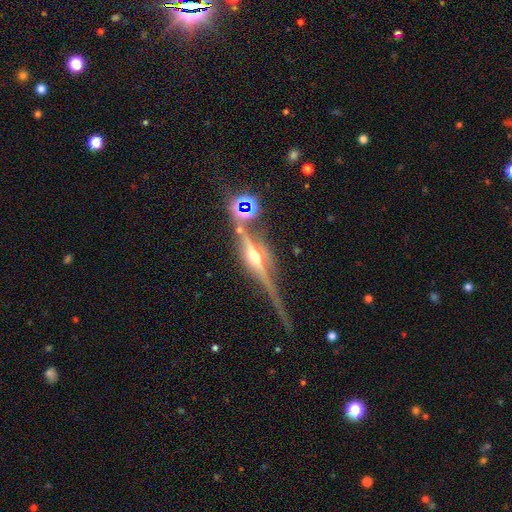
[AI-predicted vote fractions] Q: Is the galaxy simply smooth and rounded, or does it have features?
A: featured or disk — 81%.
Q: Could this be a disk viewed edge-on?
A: yes — 95%.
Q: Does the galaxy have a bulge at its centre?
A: rounded — 94%.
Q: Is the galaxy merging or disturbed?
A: none — 71%.